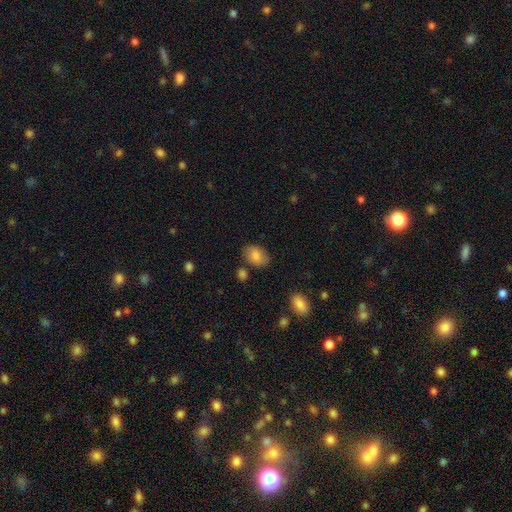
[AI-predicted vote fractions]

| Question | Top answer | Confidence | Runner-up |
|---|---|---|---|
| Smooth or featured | smooth | 78% | featured or disk (14%) |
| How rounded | in between | 78% | round (21%) |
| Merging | none | 74% | minor disturbance (18%) |